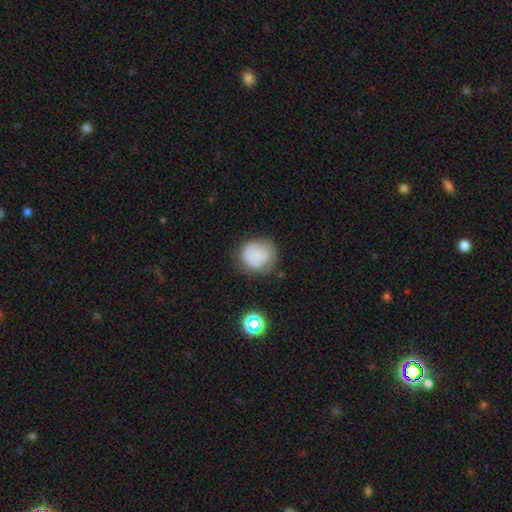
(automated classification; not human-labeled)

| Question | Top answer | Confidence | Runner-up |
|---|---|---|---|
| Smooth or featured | smooth | 78% | featured or disk (12%) |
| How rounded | round | 83% | in between (17%) |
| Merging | none | 65% | minor disturbance (24%) |